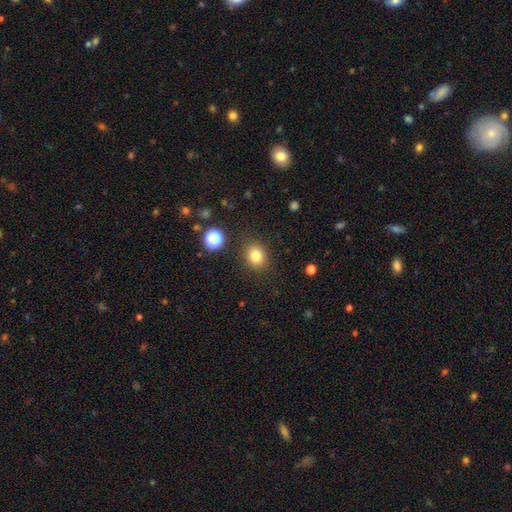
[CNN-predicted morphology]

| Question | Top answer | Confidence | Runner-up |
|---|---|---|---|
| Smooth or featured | smooth | 80% | star or artifact (12%) |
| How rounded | round | 56% | in between (43%) |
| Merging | none | 85% | minor disturbance (9%) |